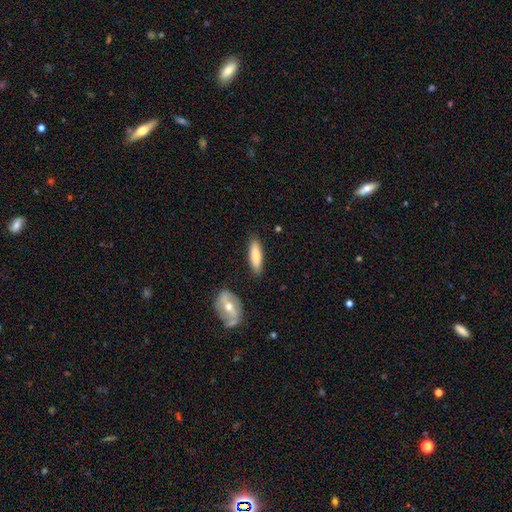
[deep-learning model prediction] Overall: smooth (77%). How rounded: cigar-shaped (59%; in between 39%). Merging: none (84%).